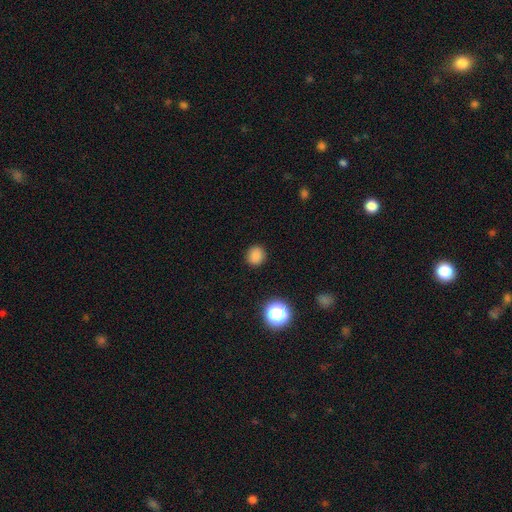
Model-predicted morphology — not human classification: Smooth or featured: smooth — 83% (star or artifact — 13%)
How rounded: round — 87% (in between — 12%)
Merging: none — 90% (minor disturbance — 6%)